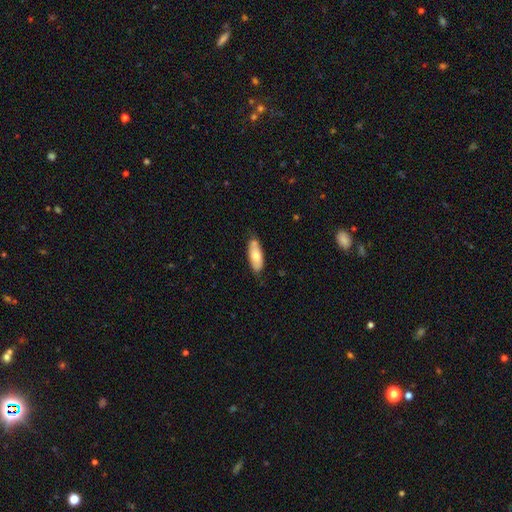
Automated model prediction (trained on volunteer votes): Overall: smooth (71%). How rounded: in between (73%). Merging: none (67%).